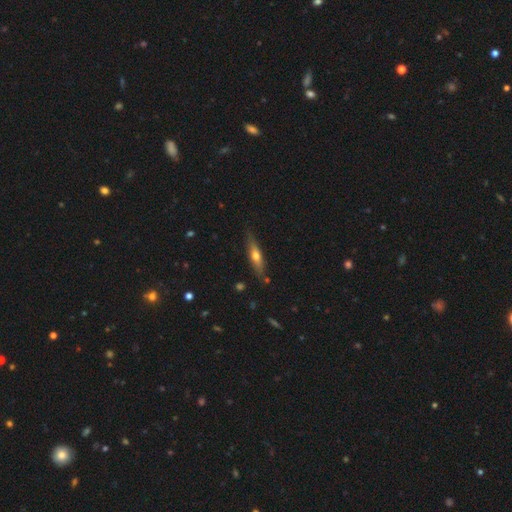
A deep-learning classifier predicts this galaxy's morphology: The model was most divided on "smooth or featured" (2-way tie): smooth: 47%, featured or disk: 47%, star or artifact: 6%. More confident: merging — none (81%).